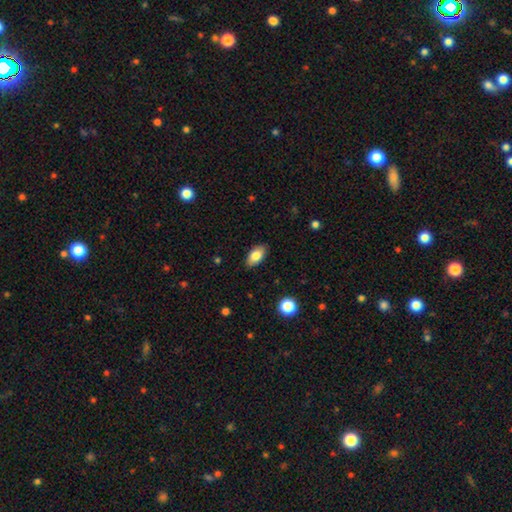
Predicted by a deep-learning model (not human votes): smooth_or_featured: smooth (p=0.83) [alt: featured or disk p=0.10]
how_rounded: in between (p=0.92) [alt: round p=0.04]
merging: none (p=0.87) [alt: minor disturbance p=0.10]